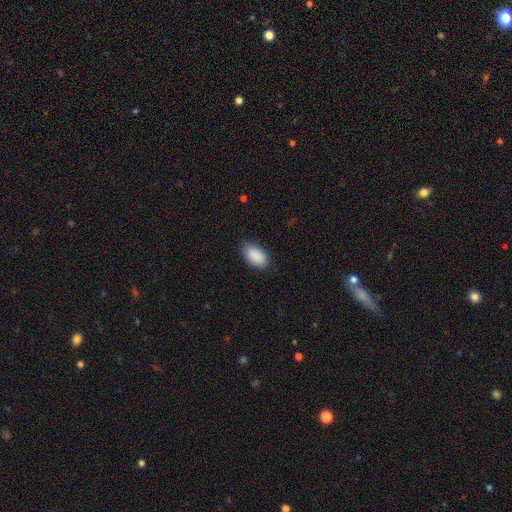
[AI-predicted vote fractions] A smooth galaxy with no disk features (91%) that is in between round and cigar-shaped (94%).

Vote fractions:
- Smooth or featured? smooth: 91% / star or artifact: 6% / featured or disk: 3%
- How rounded? in between: 94% / round: 5% / cigar-shaped: 1%
- Merging? none: 84% / minor disturbance: 12% / major disturbance: 3% / merger: 1%